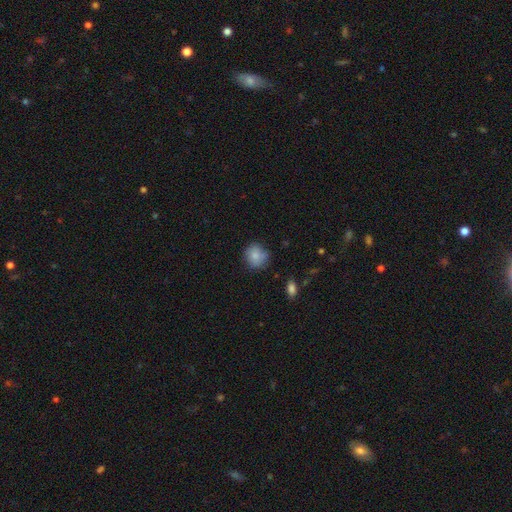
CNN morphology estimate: smooth-or-featured: smooth: 84% | star or artifact: 8% | featured or disk: 8%
  how-rounded: round: 81% | in between: 18% | cigar-shaped: 1%
  merging: none: 72% | minor disturbance: 21% | major disturbance: 4% | merger: 3%